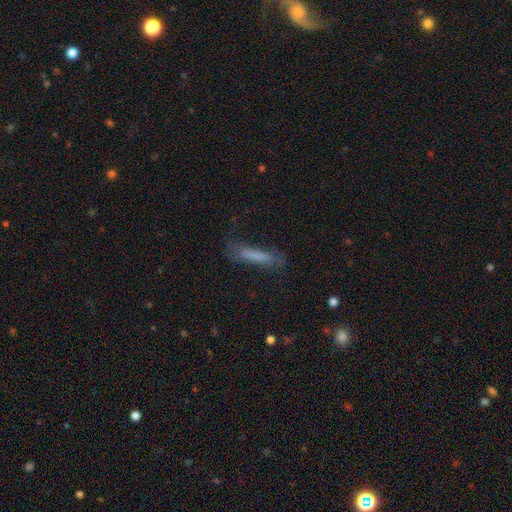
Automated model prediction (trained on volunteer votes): A smooth galaxy with no disk features (66%) that is cigar-shaped (85%).

Vote fractions:
- Smooth or featured? smooth: 66% / featured or disk: 24% / star or artifact: 10%
- How rounded? cigar-shaped: 85% / in between: 13% / round: 2%
- Merging? none: 62% / minor disturbance: 23% / major disturbance: 13% / merger: 3%